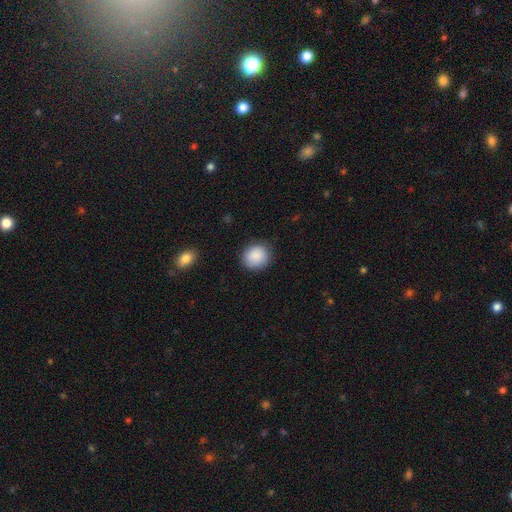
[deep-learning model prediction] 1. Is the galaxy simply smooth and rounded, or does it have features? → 89% smooth, 7% star or artifact, 4% featured or disk.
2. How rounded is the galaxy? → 77% round, 22% in between, 1% cigar-shaped.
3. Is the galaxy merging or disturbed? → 85% none, 11% minor disturbance, 3% major disturbance, 1% merger.